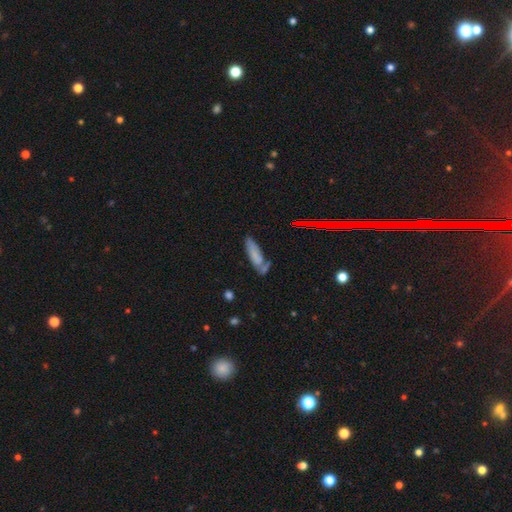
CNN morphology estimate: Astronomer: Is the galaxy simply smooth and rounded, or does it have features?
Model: smooth — 68%.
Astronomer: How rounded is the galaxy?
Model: cigar-shaped — 53% (runner-up: in between, 45%).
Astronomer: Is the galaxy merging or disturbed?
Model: none — 51%.